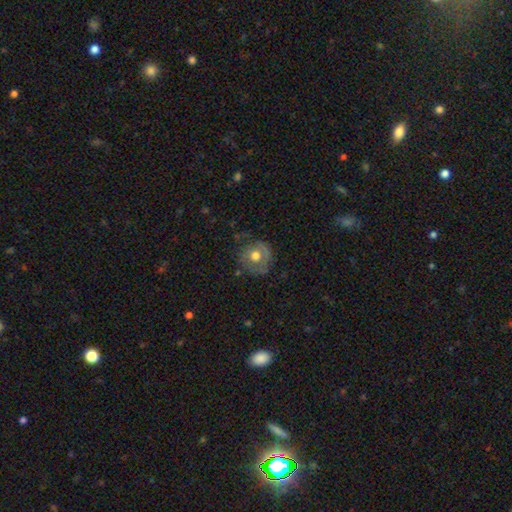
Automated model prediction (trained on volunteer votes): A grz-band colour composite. It shows a smooth galaxy with no disk features (52%) that is round (89%). Merging: none (71%).